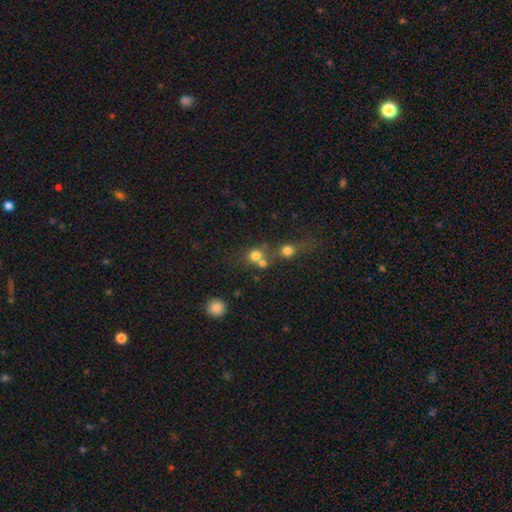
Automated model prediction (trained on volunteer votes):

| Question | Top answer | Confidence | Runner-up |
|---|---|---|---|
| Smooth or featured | smooth | 74% | star or artifact (15%) |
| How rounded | round | 83% | in between (15%) |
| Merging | none | 44% | merger (42%) |